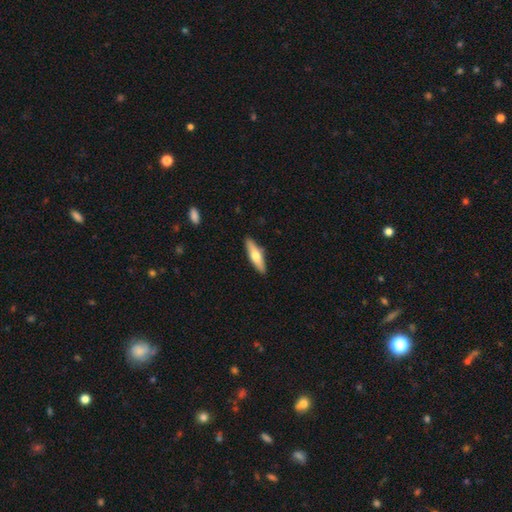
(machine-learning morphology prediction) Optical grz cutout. It shows a smooth galaxy with no disk features (55%) that is cigar-shaped (65%). Merging: none (89%).